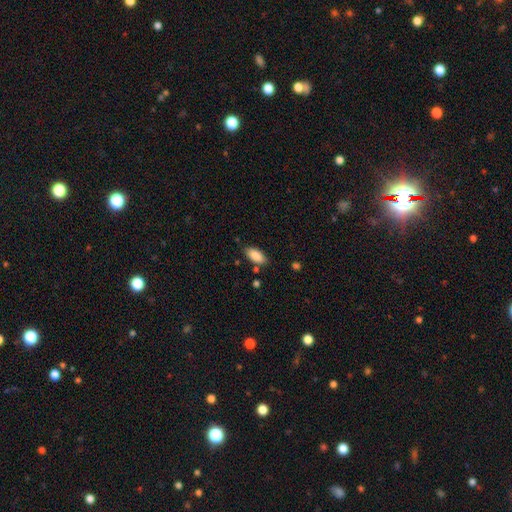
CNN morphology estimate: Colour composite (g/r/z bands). It shows a smooth galaxy with no disk features (88%) that is in between round and cigar-shaped (90%). Merging: none (81%).